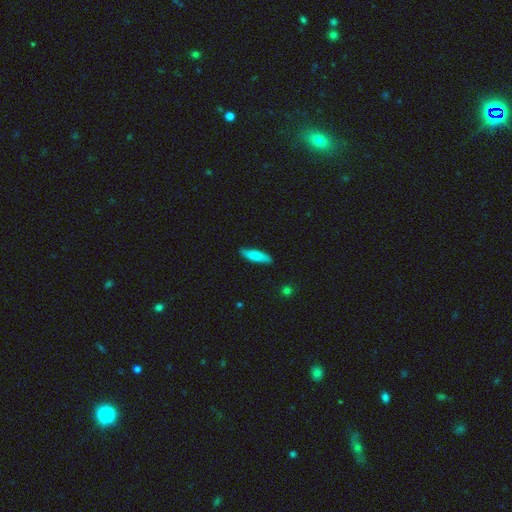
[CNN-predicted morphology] A smooth galaxy with no disk features (77%) that is cigar-shaped (64%). Merging: none (84%).